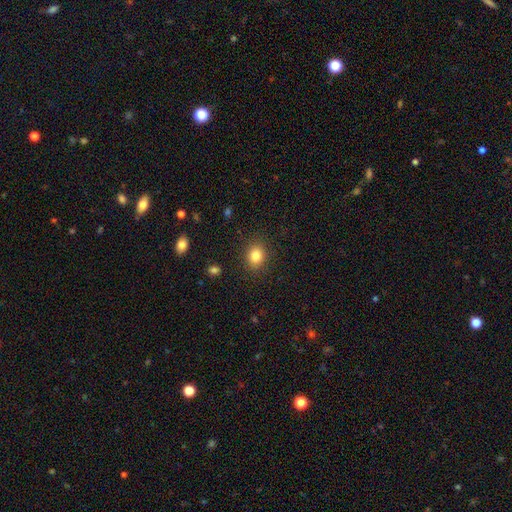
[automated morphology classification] Smooth or featured: smooth — 83% (star or artifact — 10%)
How rounded: round — 58% (in between — 41%)
Merging: none — 88% (minor disturbance — 8%)